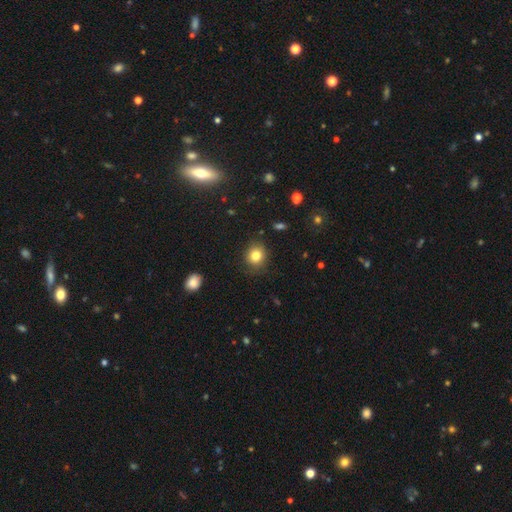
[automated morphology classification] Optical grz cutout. It shows a smooth galaxy with no disk features (82%) that is round (80%). Merging: none (84%).